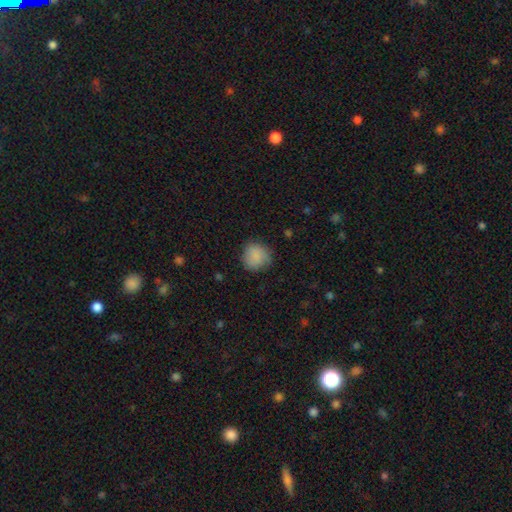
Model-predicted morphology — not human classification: This is clearly a smooth galaxy (86%). How rounded: clearly round (88%). Merging: likely none (80%).